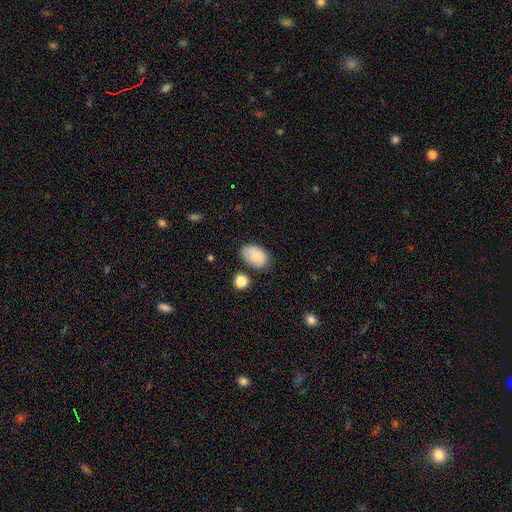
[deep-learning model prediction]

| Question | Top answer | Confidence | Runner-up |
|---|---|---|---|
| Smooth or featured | smooth | 83% | featured or disk (10%) |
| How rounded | in between | 88% | round (11%) |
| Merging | none | 70% | minor disturbance (20%) |